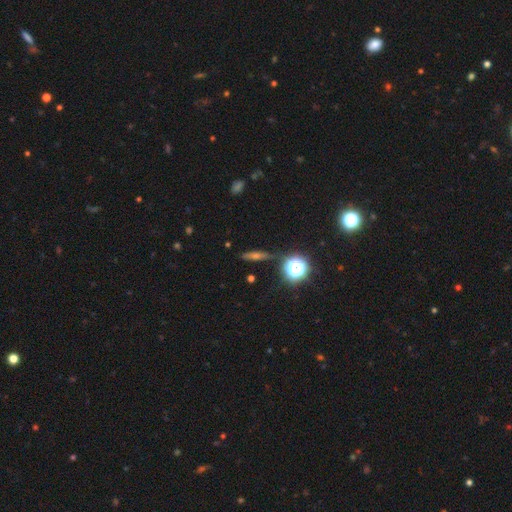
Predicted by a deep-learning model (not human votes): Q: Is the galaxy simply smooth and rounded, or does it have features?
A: featured or disk — 43%.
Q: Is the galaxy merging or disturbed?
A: none — 85%.